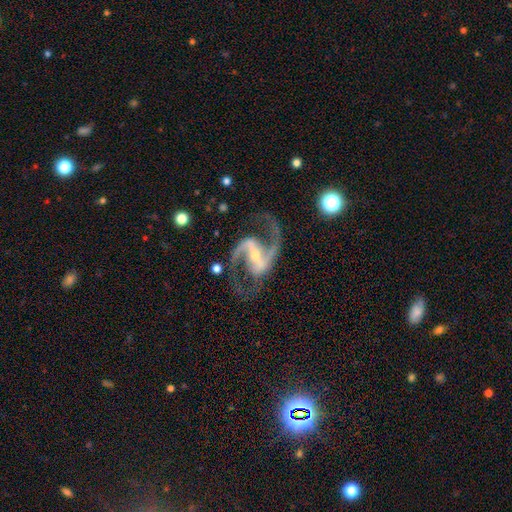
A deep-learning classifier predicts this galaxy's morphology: smooth-or-featured: featured or disk: 93% | star or artifact: 4% | smooth: 2%
  disk-edge-on: no: 98% | yes: 2%
    bar: strong: 62% | weak: 29% | no: 10%
    has-spiral-arms: yes: 98% | no: 2%
      spiral-winding: medium: 54% | loose: 38% | tight: 8%
      spiral-arm-count: 2: 94% | 3: 1% | 1: 1% | can't tell: 1% | 4: 1% | more than 4: 1%
    bulge-size: small: 64% | moderate: 30% | none: 3% | large: 2% | dominant: 1%
  merging: none: 76% | minor disturbance: 13% | major disturbance: 9% | merger: 2%